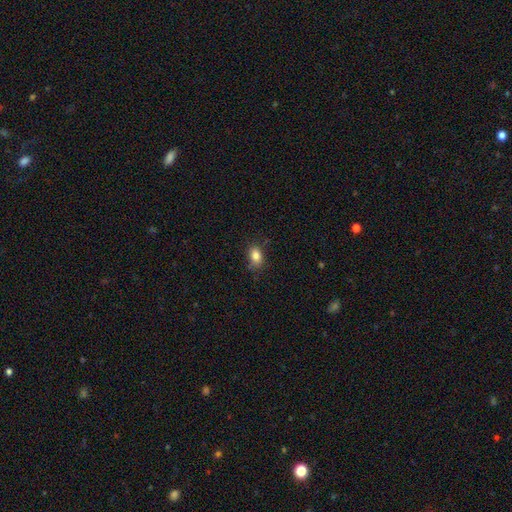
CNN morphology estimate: Smooth or featured? smooth (84%)
How rounded? in between (80%)
Merging? none (77%)